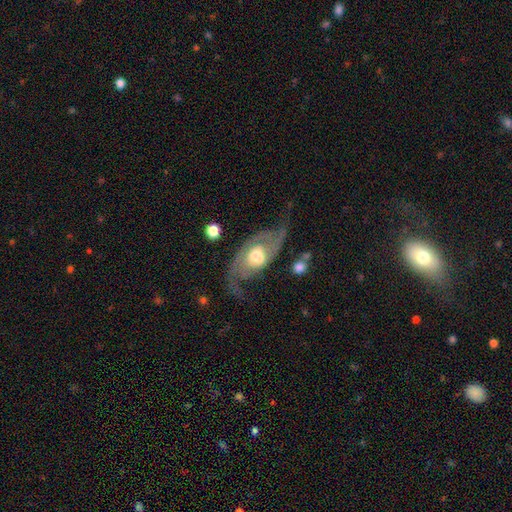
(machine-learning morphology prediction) Smooth or featured? featured or disk (85%)
Edge-on disk? no (95%)
Bar? no (51%)
Spiral arms? yes (94%)
Spiral winding? medium (43%)
Spiral arm count? 2 (86%)
Bulge size? moderate (59%)
Merging? none (58%)